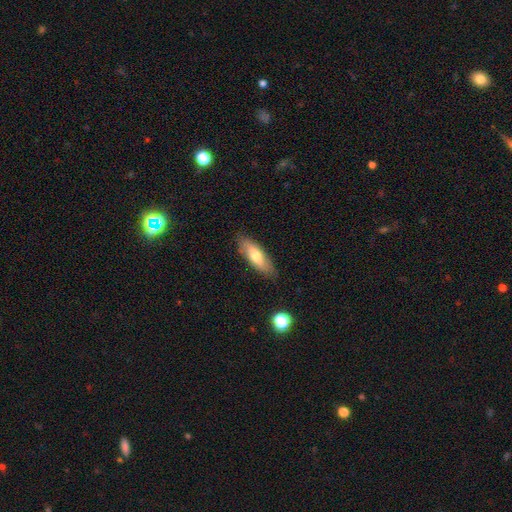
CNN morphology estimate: A smooth galaxy with no disk features (66%) that is in between round and cigar-shaped (62%).

Vote fractions:
- Smooth or featured? smooth: 66% / featured or disk: 27% / star or artifact: 7%
- How rounded? in between: 62% / cigar-shaped: 36% / round: 2%
- Merging? none: 83% / minor disturbance: 13% / major disturbance: 3% / merger: 1%